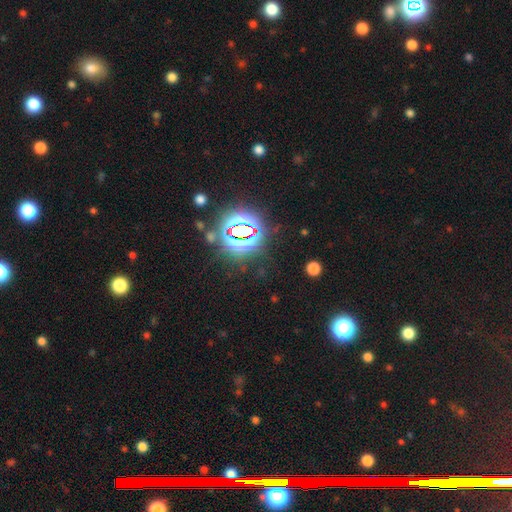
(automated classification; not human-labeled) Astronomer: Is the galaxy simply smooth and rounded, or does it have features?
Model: star or artifact — 82%.